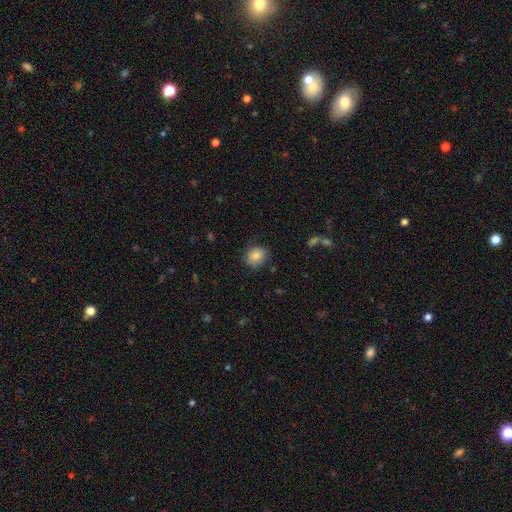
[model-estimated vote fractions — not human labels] Q: Smooth or featured?
A: smooth (83%); runner-up: star or artifact (9%)
Q: How rounded?
A: round (58%); runner-up: in between (41%)
Q: Merging?
A: none (79%); runner-up: minor disturbance (16%)